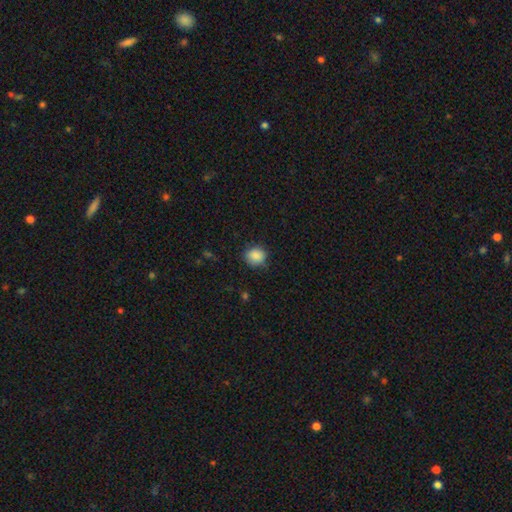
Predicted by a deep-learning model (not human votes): Smooth or featured?
  - smooth: 87% *
  - star or artifact: 9%
  - featured or disk: 4%
How rounded?
  - round: 78% *
  - in between: 21%
  - cigar-shaped: 1%
Merging?
  - none: 79% *
  - minor disturbance: 16%
  - major disturbance: 3%
  - merger: 1%